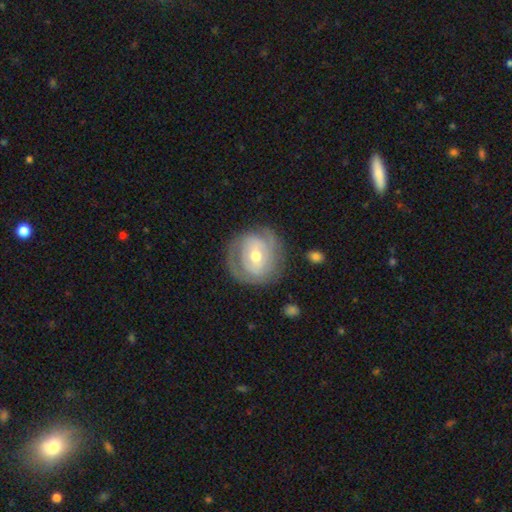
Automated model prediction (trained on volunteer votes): smooth-or-featured: featured or disk: 75% | smooth: 19% | star or artifact: 5%
  disk-edge-on: no: 97% | yes: 3%
    bar: no: 43% | weak: 40% | strong: 18%
    has-spiral-arms: yes: 83% | no: 17%
      spiral-winding: tight: 62% | medium: 28% | loose: 10%
      spiral-arm-count: 2: 48% | can't tell: 28% | 3: 12% | 1: 6% | 4: 3% | more than 4: 3%
    bulge-size: moderate: 64% | small: 31% | large: 3% | none: 1% | dominant: 1%
  merging: none: 75% | minor disturbance: 16% | major disturbance: 7% | merger: 2%